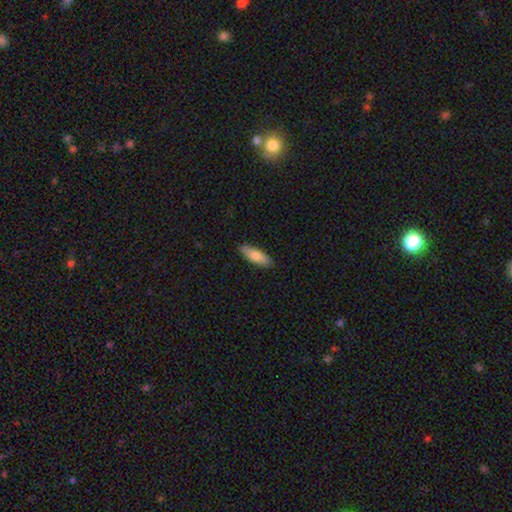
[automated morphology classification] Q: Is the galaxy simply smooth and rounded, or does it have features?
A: smooth — 78%.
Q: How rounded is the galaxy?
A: in between — 63%.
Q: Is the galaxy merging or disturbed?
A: none — 87%.